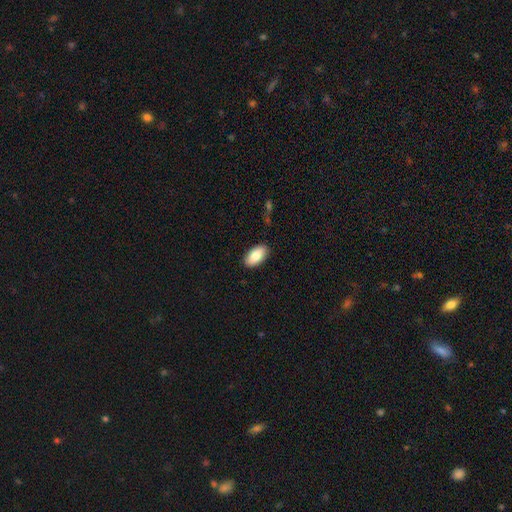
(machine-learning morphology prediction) Smooth or featured?
  - smooth: 84% *
  - featured or disk: 10%
  - star or artifact: 6%
How rounded?
  - in between: 94% *
  - cigar-shaped: 3%
  - round: 3%
Merging?
  - none: 89% *
  - minor disturbance: 8%
  - major disturbance: 2%
  - merger: 1%